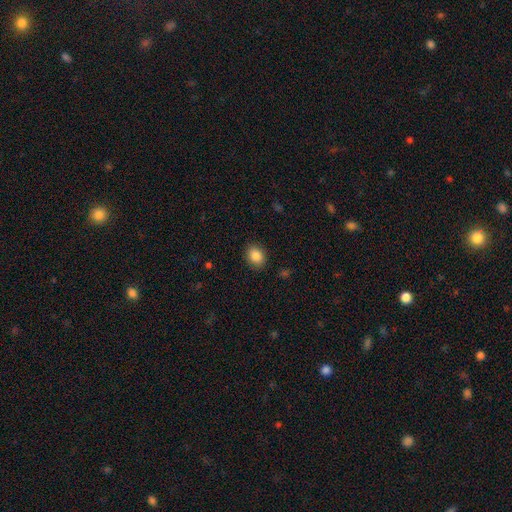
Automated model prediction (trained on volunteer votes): A smooth galaxy with no disk features (87%) that is round (50%).

Vote fractions:
- Smooth or featured? smooth: 87% / star or artifact: 9% / featured or disk: 4%
- How rounded? round: 50% / in between: 49% / cigar-shaped: 1%
- Merging? none: 89% / minor disturbance: 8% / major disturbance: 2% / merger: 1%